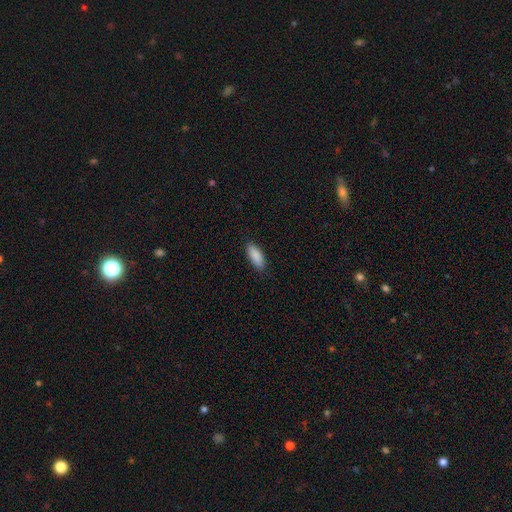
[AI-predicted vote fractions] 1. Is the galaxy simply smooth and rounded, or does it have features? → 90% smooth, 6% star or artifact, 4% featured or disk.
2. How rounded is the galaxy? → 75% in between, 23% cigar-shaped, 2% round.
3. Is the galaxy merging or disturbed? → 89% none, 9% minor disturbance, 2% major disturbance, 1% merger.